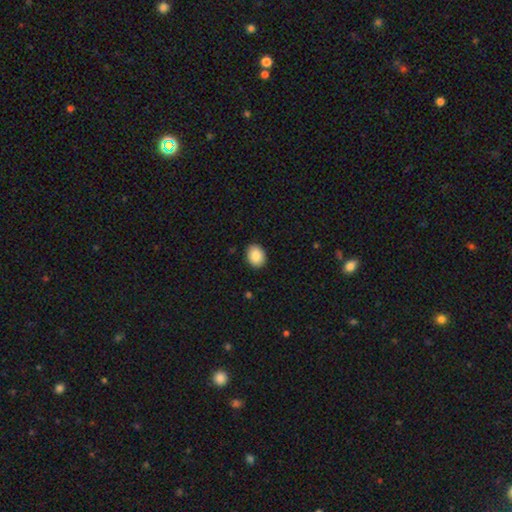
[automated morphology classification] This is clearly a smooth galaxy (87%). How rounded: possibly in between (57%). Merging: clearly none (90%).